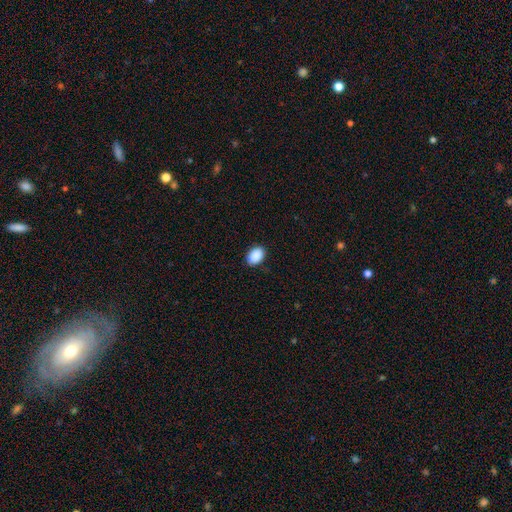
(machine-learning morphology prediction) Smooth or featured: smooth — 90% (star or artifact — 7%)
How rounded: in between — 83% (round — 16%)
Merging: none — 87% (minor disturbance — 10%)